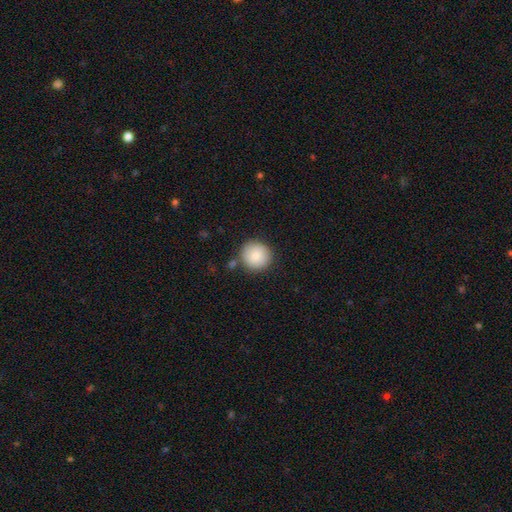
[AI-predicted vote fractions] A smooth galaxy with no disk features (86%) that is round (94%).

Vote fractions:
- Smooth or featured? smooth: 86% / featured or disk: 7% / star or artifact: 7%
- How rounded? round: 94% / in between: 5% / cigar-shaped: 1%
- Merging? none: 82% / minor disturbance: 10% / merger: 5% / major disturbance: 3%